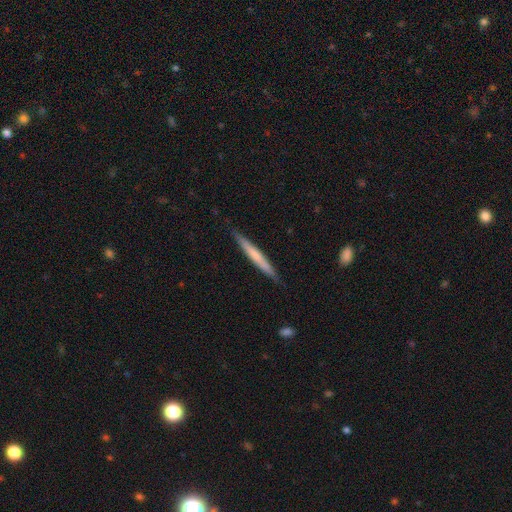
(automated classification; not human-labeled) This appears to be a smooth galaxy with no disk features (54%) that is cigar-shaped (96%). Merging: none (88%).